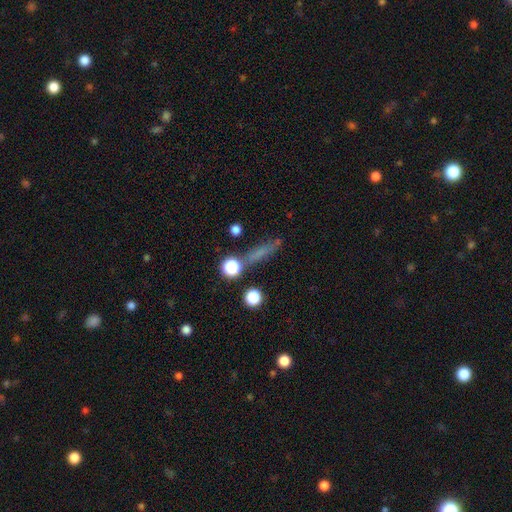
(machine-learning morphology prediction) smooth 55%, featured or disk 24%, star or artifact 21%. Down the decision tree: how rounded — cigar-shaped (69%); merging — none (72%).